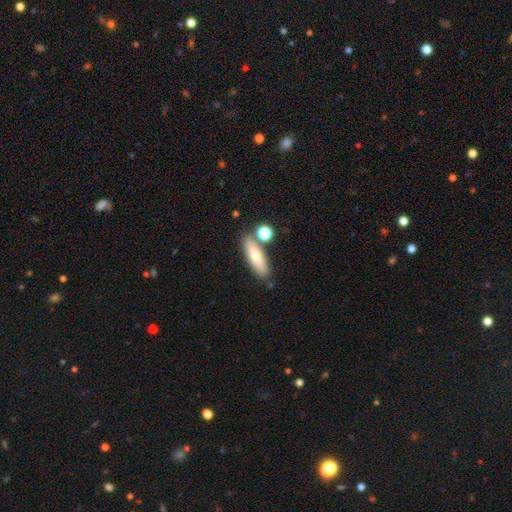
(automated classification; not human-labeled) Smooth or featured? Predicted: smooth (p=0.71). How rounded? Predicted: cigar-shaped (p=0.55). Merging? Predicted: none (p=0.74).